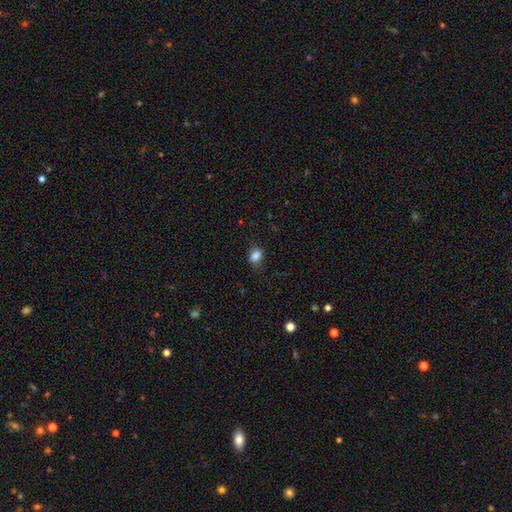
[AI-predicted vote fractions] The model was most divided on "how rounded": in between: 70%, round: 29%, cigar-shaped: 2%. More confident: smooth or featured — smooth (84%); merging — none (73%).